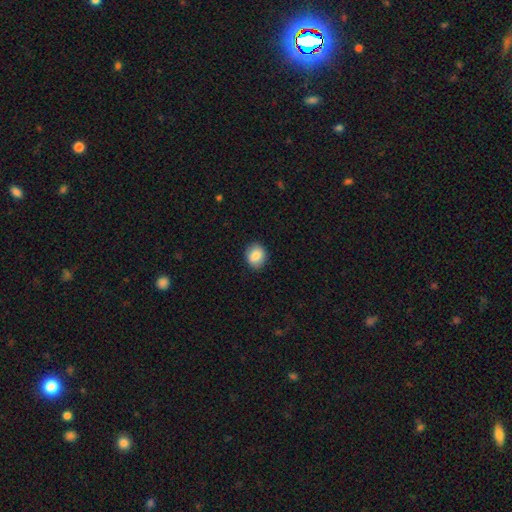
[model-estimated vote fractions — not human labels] The model was most divided on "how rounded": round: 60%, in between: 39%, cigar-shaped: 1%. More confident: merging — none (88%); smooth or featured — smooth (86%).